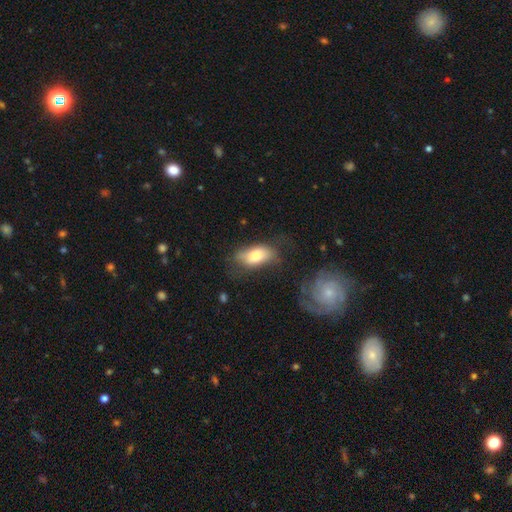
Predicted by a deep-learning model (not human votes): Morphology: type=smooth (71%); roundness=in between (88%); merging=none (58%).